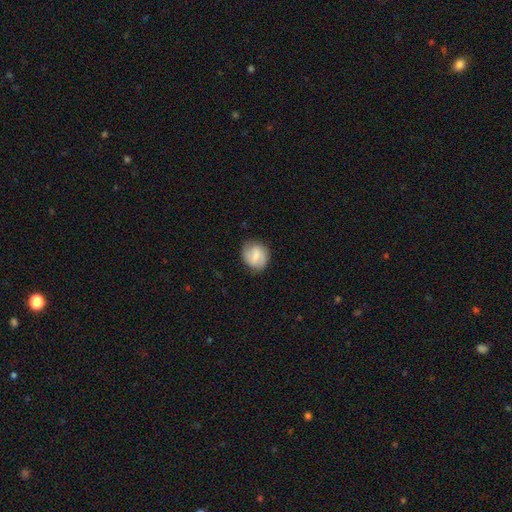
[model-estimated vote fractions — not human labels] Morphology: type=smooth (49%); merging=none (77%).